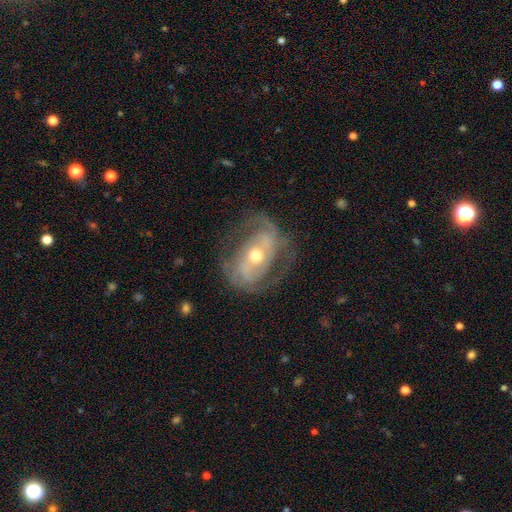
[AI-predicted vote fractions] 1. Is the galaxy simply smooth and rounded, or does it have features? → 83% featured or disk, 11% smooth, 6% star or artifact.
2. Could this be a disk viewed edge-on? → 96% no, 4% yes.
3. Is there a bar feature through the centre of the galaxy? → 39% no, 33% weak, 28% strong.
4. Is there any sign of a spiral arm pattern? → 87% yes, 13% no.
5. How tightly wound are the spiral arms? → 44% medium, 35% tight, 21% loose.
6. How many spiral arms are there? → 69% 2, 15% can't tell, 8% 3, 4% 1, 2% 4, 2% more than 4.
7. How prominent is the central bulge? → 62% moderate, 33% small, 4% large, 1% none, 1% dominant.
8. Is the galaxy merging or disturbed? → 65% none, 19% minor disturbance, 15% major disturbance, 1% merger.